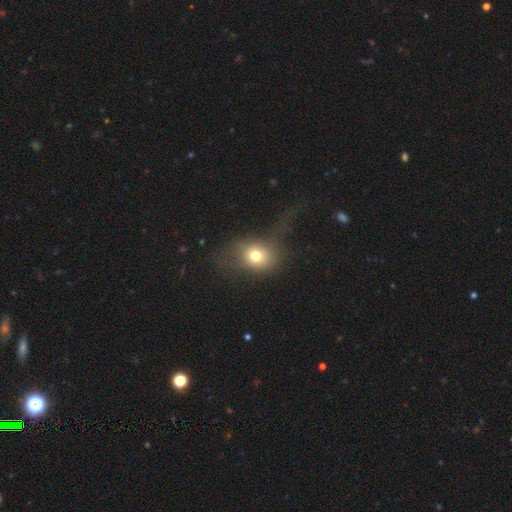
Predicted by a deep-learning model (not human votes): Q: Smooth or featured?
A: smooth (72%); runner-up: featured or disk (16%)
Q: How rounded?
A: round (60%); runner-up: in between (39%)
Q: Merging?
A: none (42%); runner-up: major disturbance (35%)